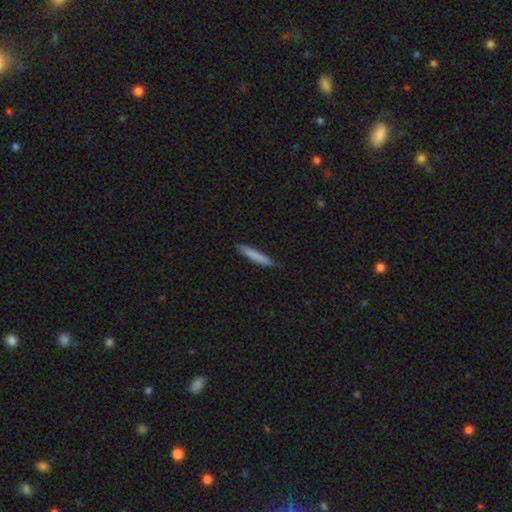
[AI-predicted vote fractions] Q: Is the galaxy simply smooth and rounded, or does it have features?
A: smooth — 80%.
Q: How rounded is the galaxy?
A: cigar-shaped — 93%.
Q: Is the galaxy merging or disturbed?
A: none — 87%.